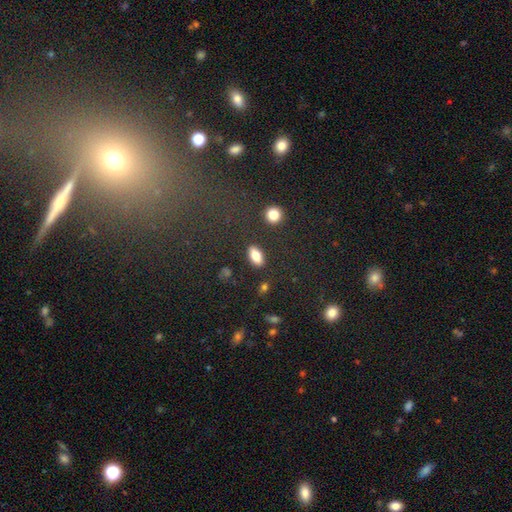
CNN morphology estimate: smooth_or_featured: smooth (p=0.81) [alt: featured or disk p=0.11]
how_rounded: in between (p=0.88) [alt: cigar-shaped p=0.06]
merging: none (p=0.87) [alt: minor disturbance p=0.08]